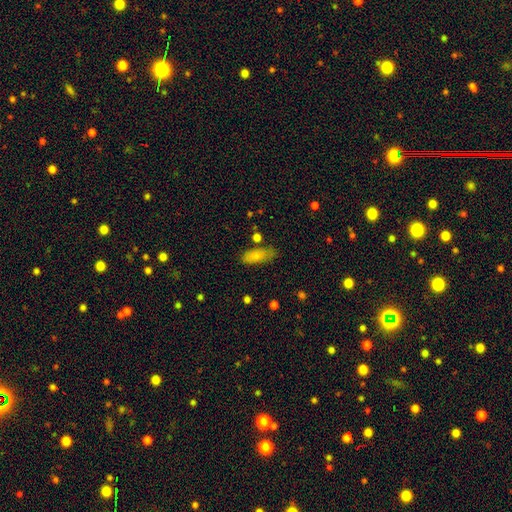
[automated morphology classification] A smooth galaxy with no disk features (84%) that is in between round and cigar-shaped (75%). Merging: none (65%).